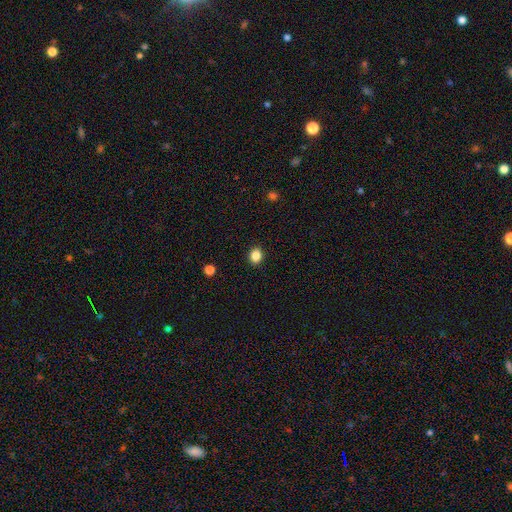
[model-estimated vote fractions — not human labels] A smooth galaxy with no disk features (86%) that is round (61%). Merging: none (91%).